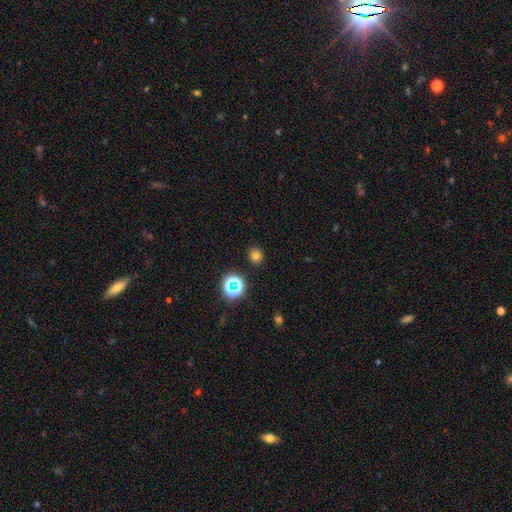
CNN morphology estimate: Smooth or featured? Predicted: smooth (p=0.73). How rounded? Predicted: round (p=0.78). Merging? Predicted: none (p=0.88).